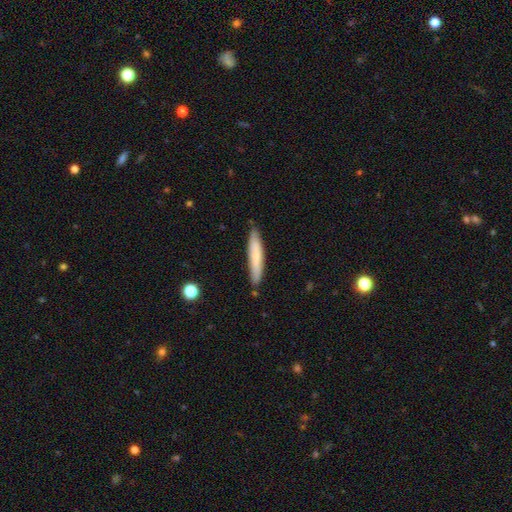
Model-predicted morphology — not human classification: Smooth or featured? Predicted: smooth (p=0.74). How rounded? Predicted: cigar-shaped (p=0.91). Merging? Predicted: none (p=0.84).